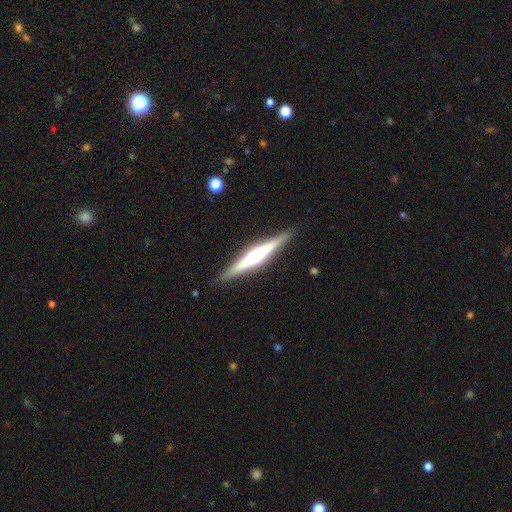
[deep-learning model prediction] Smooth or featured? Predicted: featured or disk (p=0.74). Edge-on disk? Predicted: yes (p=0.98). Edge-on bulge? Predicted: rounded (p=0.86). Merging? Predicted: none (p=0.91).